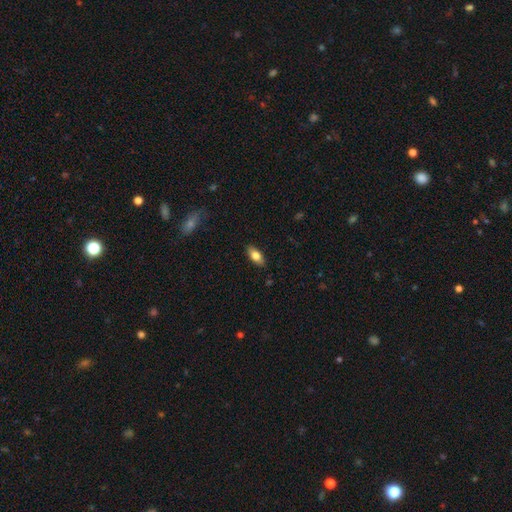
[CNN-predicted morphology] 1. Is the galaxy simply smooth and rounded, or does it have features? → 73% smooth, 20% featured or disk, 7% star or artifact.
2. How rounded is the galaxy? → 85% in between, 12% cigar-shaped, 3% round.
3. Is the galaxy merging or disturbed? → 87% none, 10% minor disturbance, 2% major disturbance, 1% merger.